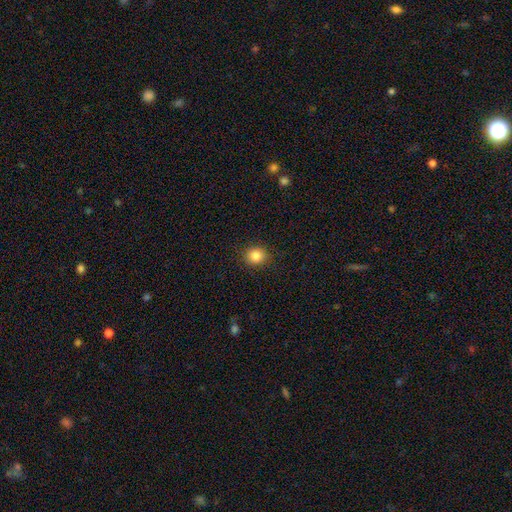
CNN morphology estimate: This appears to be a smooth galaxy with no disk features (85%) that is round (84%). Merging: none (90%).